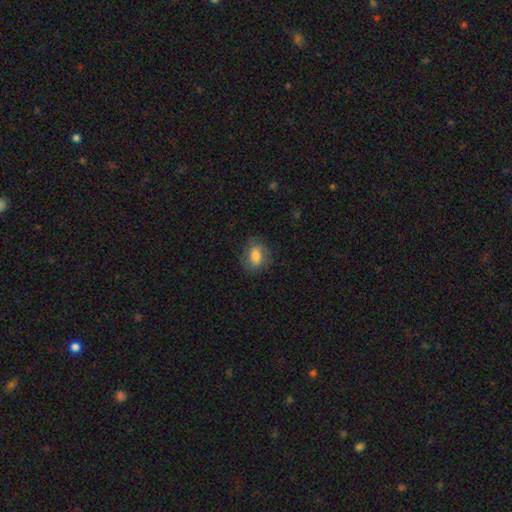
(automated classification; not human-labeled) Smooth or featured? Predicted: smooth (p=0.71). How rounded? Predicted: in between (p=0.73). Merging? Predicted: none (p=0.76).